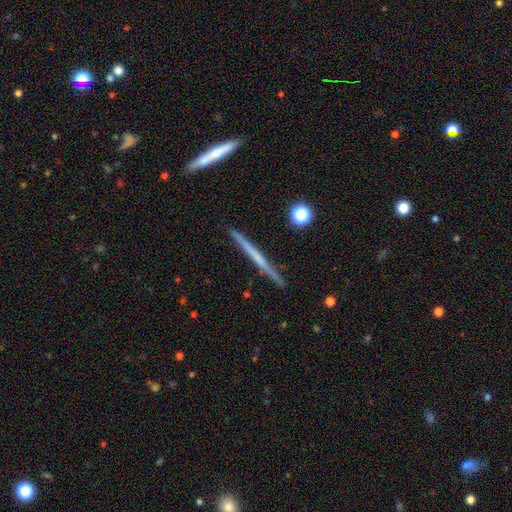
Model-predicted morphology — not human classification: smooth-or-featured: featured or disk: 61% | smooth: 33% | star or artifact: 5%
  disk-edge-on: yes: 98% | no: 2%
    edge-on-bulge: none: 81% | rounded: 13% | boxy: 5%
  merging: none: 90% | minor disturbance: 7% | merger: 1% | major disturbance: 1%